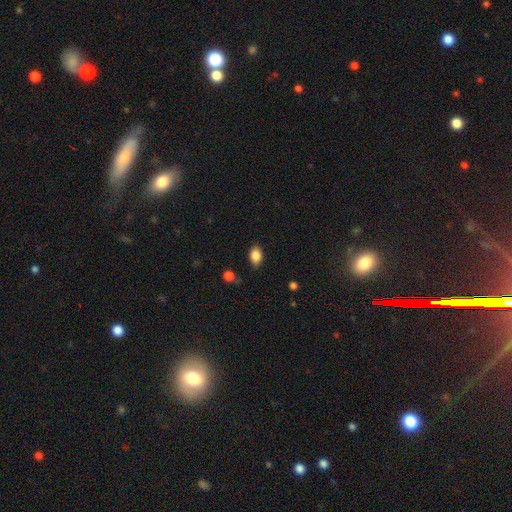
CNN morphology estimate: smooth-or-featured: smooth: 86% | star or artifact: 9% | featured or disk: 5%
  how-rounded: in between: 81% | round: 18% | cigar-shaped: 1%
  merging: none: 82% | minor disturbance: 14% | major disturbance: 3% | merger: 2%